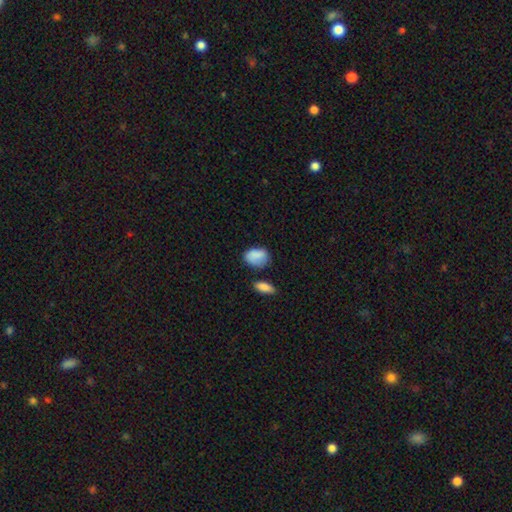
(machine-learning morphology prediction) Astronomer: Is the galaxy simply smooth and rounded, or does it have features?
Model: smooth — 86%.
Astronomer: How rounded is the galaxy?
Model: in between — 80%.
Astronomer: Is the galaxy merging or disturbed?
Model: none — 61%.